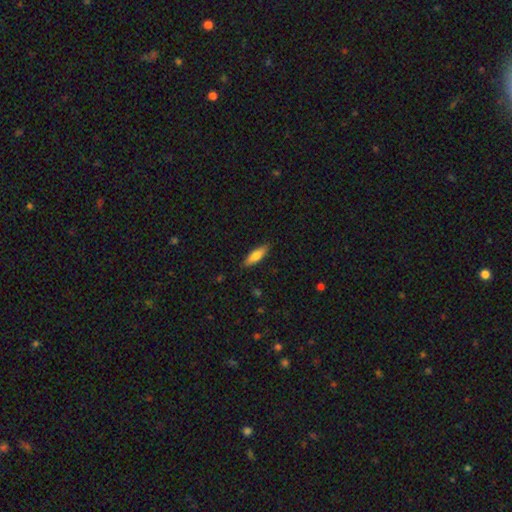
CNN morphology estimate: Q: Smooth or featured?
A: smooth (73%); runner-up: featured or disk (21%)
Q: How rounded?
A: cigar-shaped (52%); runner-up: in between (46%)
Q: Merging?
A: none (87%); runner-up: minor disturbance (10%)